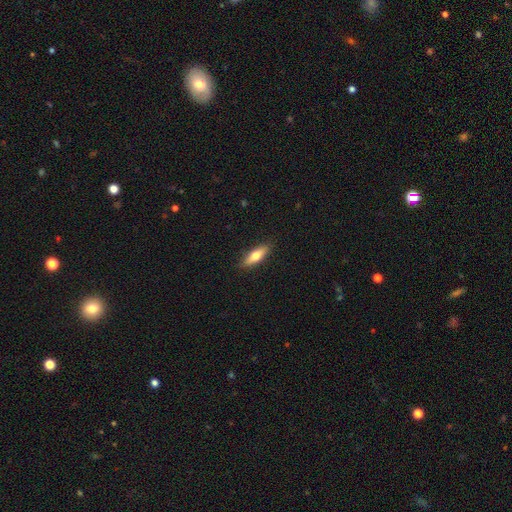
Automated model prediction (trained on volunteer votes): Smooth or featured? Predicted: smooth (p=0.62). How rounded? Predicted: cigar-shaped (p=0.53). Merging? Predicted: none (p=0.89).